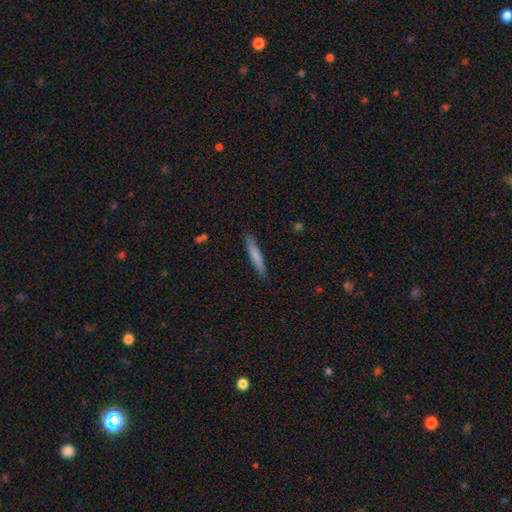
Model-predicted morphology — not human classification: This appears to be a smooth galaxy with no disk features (74%) that is cigar-shaped (94%). Merging: none (90%).